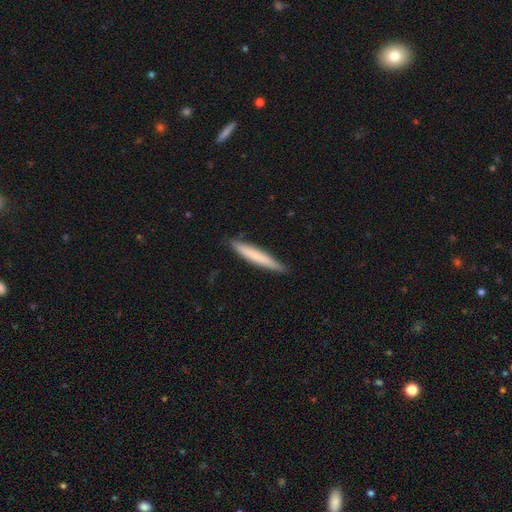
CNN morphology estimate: type=smooth (70%); roundness=cigar-shaped (95%); merging=none (88%).